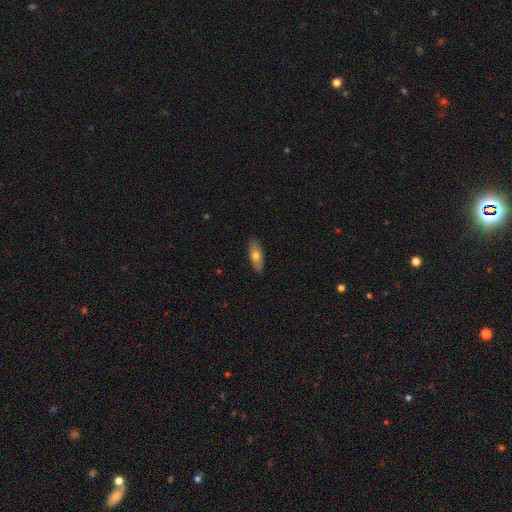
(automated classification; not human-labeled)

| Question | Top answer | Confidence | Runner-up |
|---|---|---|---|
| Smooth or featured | smooth | 70% | featured or disk (24%) |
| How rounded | in between | 72% | cigar-shaped (25%) |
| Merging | none | 87% | minor disturbance (10%) |